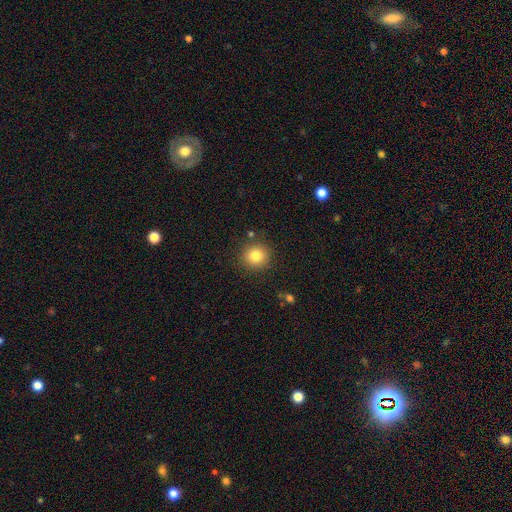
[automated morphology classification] A smooth galaxy with no disk features (81%) that is round (93%). Merging: none (87%).